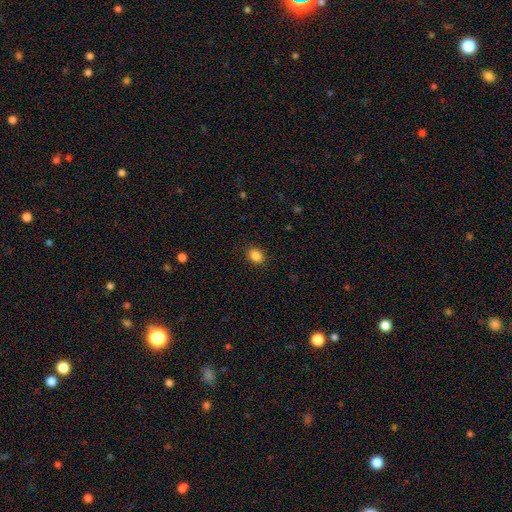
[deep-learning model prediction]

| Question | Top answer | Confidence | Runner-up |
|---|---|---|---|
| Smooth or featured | smooth | 86% | star or artifact (10%) |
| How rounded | in between | 58% | round (41%) |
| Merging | none | 89% | minor disturbance (7%) |